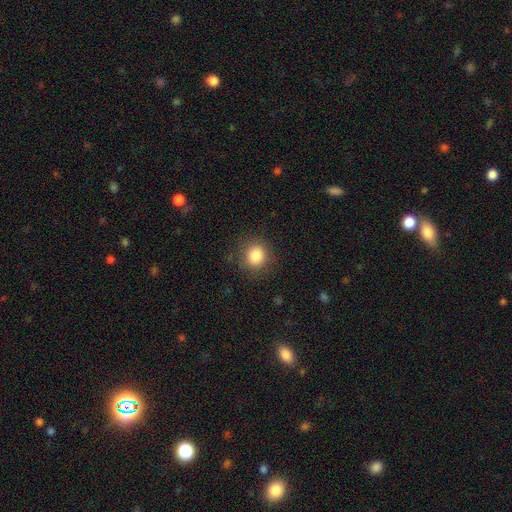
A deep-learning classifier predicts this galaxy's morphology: Smooth or featured? Predicted: smooth (p=0.85). How rounded? Predicted: round (p=0.83). Merging? Predicted: none (p=0.85).